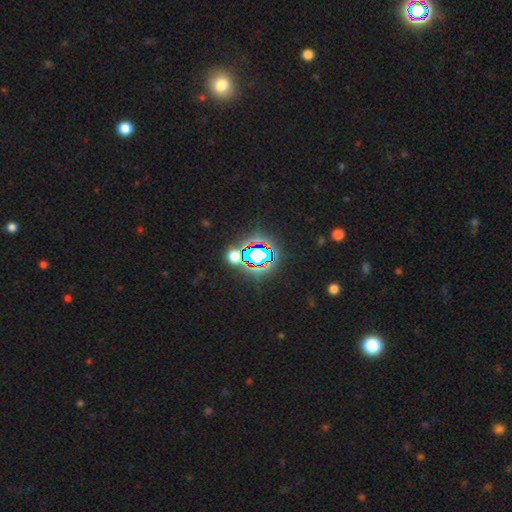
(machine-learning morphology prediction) smooth-or-featured: star or artifact: 76% | smooth: 14% | featured or disk: 9%